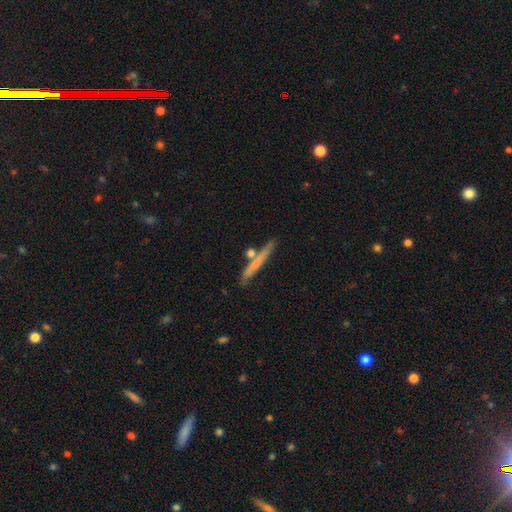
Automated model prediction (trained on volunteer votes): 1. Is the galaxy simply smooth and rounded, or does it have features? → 63% smooth, 31% featured or disk, 6% star or artifact.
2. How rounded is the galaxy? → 91% cigar-shaped, 5% in between, 3% round.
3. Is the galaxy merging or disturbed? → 70% none, 14% merger, 13% minor disturbance, 4% major disturbance.